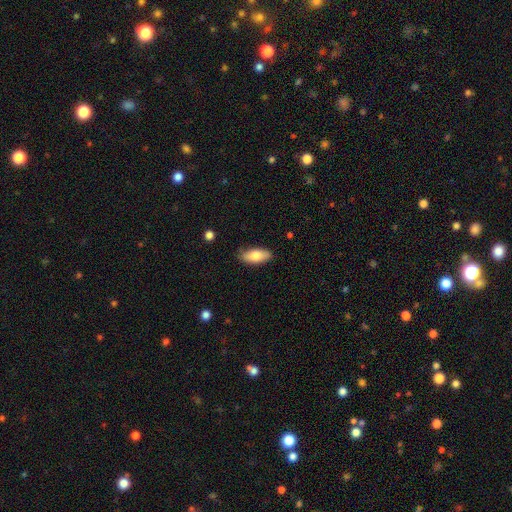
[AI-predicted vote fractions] A smooth galaxy with no disk features (79%) that is in between round and cigar-shaped (86%). Merging: none (83%).